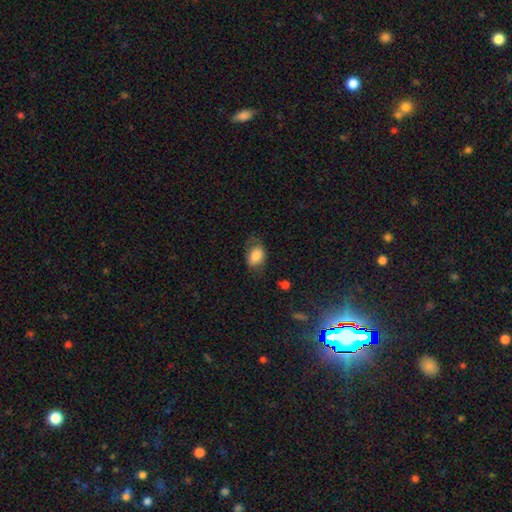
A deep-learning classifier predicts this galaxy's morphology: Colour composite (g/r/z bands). It shows a smooth galaxy with no disk features (81%) that is in between round and cigar-shaped (77%). Merging: none (57%).